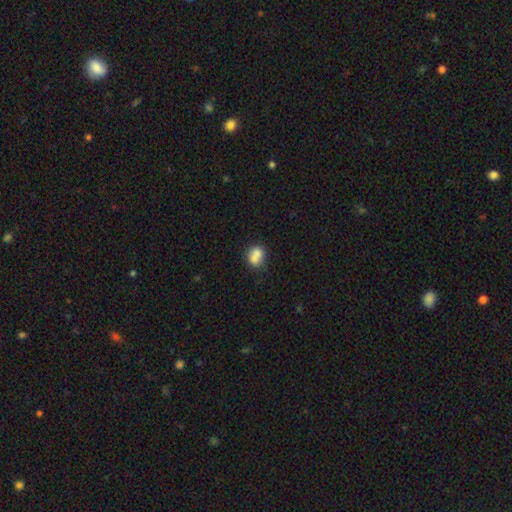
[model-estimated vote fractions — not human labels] Smooth or featured: smooth — 77% (featured or disk — 13%)
How rounded: round — 60% (in between — 39%)
Merging: merger — 42% (none — 41%)